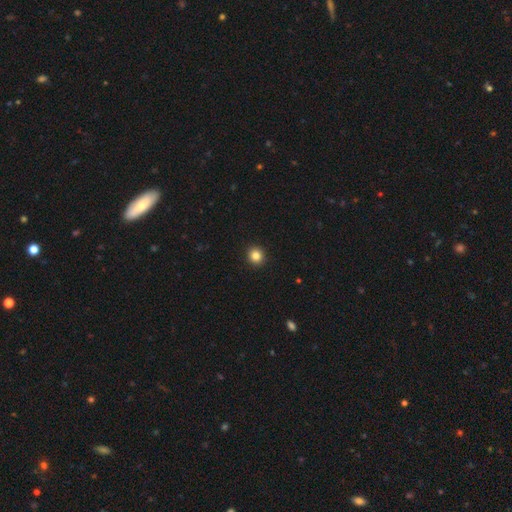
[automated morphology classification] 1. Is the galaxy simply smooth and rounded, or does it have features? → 84% smooth, 11% star or artifact, 5% featured or disk.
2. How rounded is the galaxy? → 89% round, 10% in between, 1% cigar-shaped.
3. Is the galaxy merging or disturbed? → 93% none, 4% minor disturbance, 1% major disturbance, 1% merger.